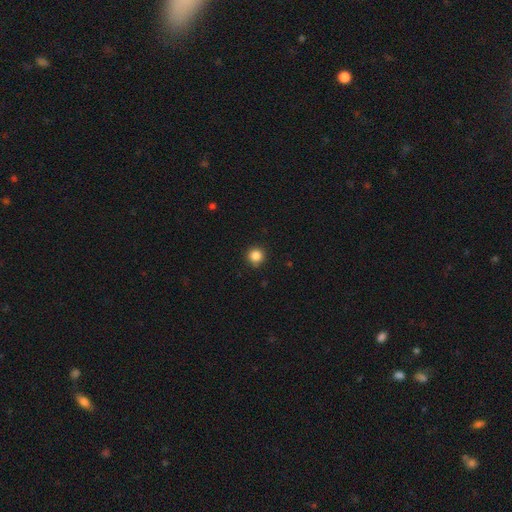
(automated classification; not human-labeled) smooth 85%, star or artifact 11%, featured or disk 3%. Down the decision tree: how rounded — round (95%); merging — none (90%).